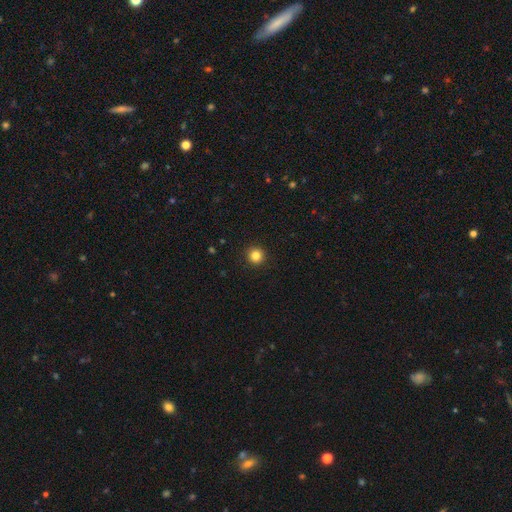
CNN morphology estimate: Smooth or featured? smooth (84%)
How rounded? round (96%)
Merging? none (93%)